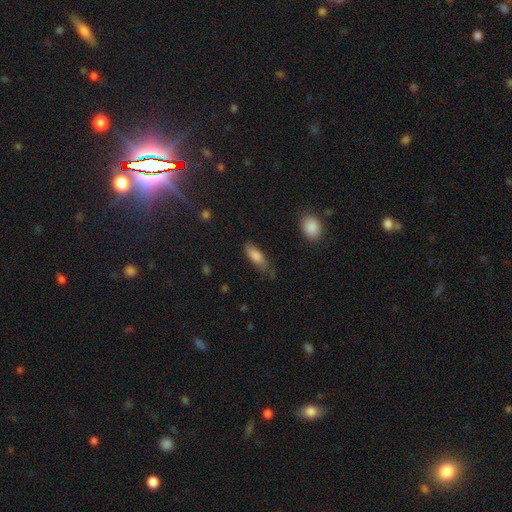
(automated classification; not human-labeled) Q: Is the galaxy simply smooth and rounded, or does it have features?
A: smooth — 80%.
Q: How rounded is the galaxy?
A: in between — 68%.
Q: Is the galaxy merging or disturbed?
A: none — 62%.